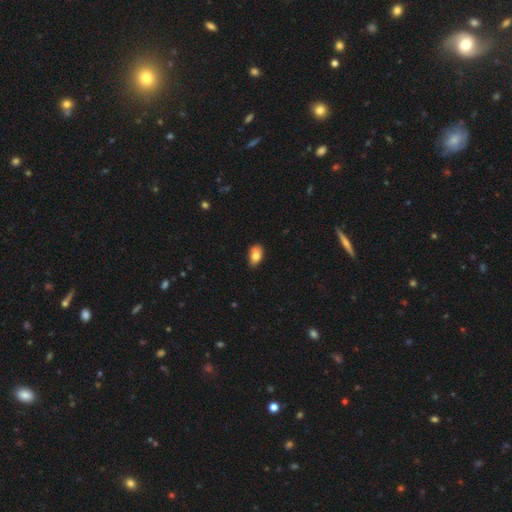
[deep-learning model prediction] Smooth or featured?
  - smooth: 79% *
  - featured or disk: 13%
  - star or artifact: 8%
How rounded?
  - in between: 89% *
  - round: 9%
  - cigar-shaped: 2%
Merging?
  - none: 68% *
  - minor disturbance: 26%
  - major disturbance: 4%
  - merger: 2%